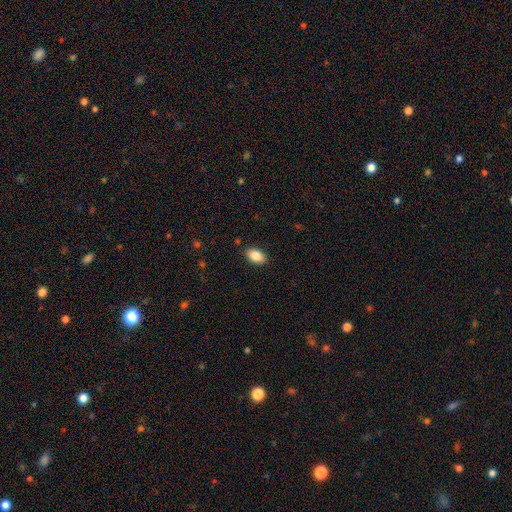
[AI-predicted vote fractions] This appears to be a smooth galaxy with no disk features (85%) that is in between round and cigar-shaped (91%). Merging: none (89%).